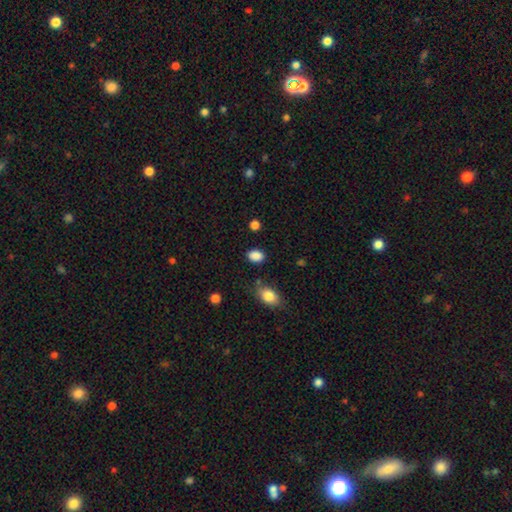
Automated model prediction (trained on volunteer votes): smooth 87%, star or artifact 9%, featured or disk 4%. Down the decision tree: how rounded — in between (77%); merging — none (81%).